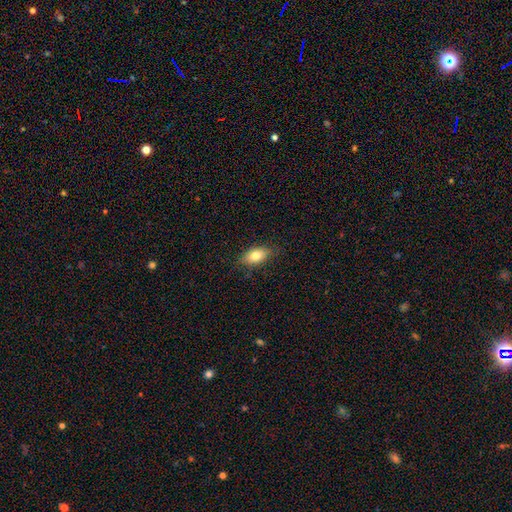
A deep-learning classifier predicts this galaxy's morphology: Overall: smooth (77%). How rounded: in between (86%). Merging: none (81%).